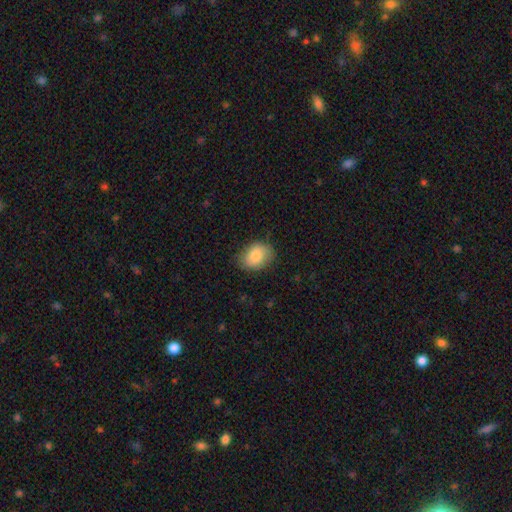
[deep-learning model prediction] Smooth or featured: smooth — 80% (featured or disk — 13%)
How rounded: in between — 65% (round — 34%)
Merging: none — 77% (minor disturbance — 18%)